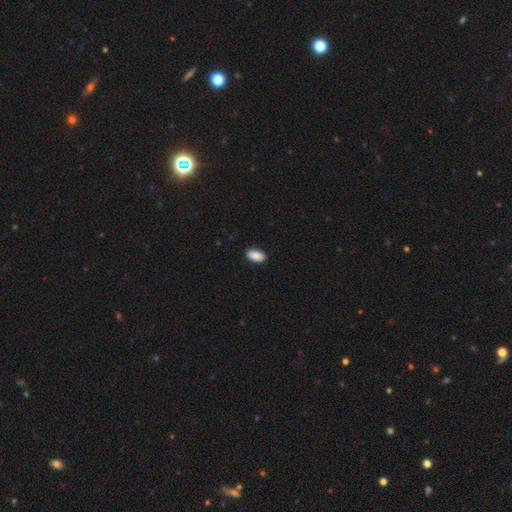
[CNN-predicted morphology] Smooth or featured?
  - smooth: 89% *
  - star or artifact: 7%
  - featured or disk: 4%
How rounded?
  - in between: 93% *
  - cigar-shaped: 4%
  - round: 3%
Merging?
  - none: 89% *
  - minor disturbance: 9%
  - major disturbance: 2%
  - merger: 1%